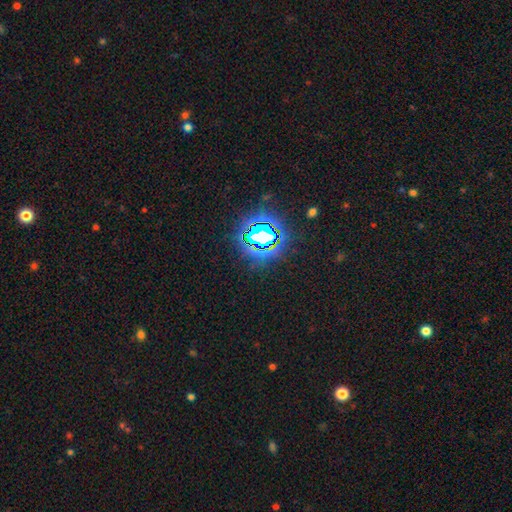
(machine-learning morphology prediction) Q: Smooth or featured?
A: star or artifact (86%); runner-up: smooth (8%)